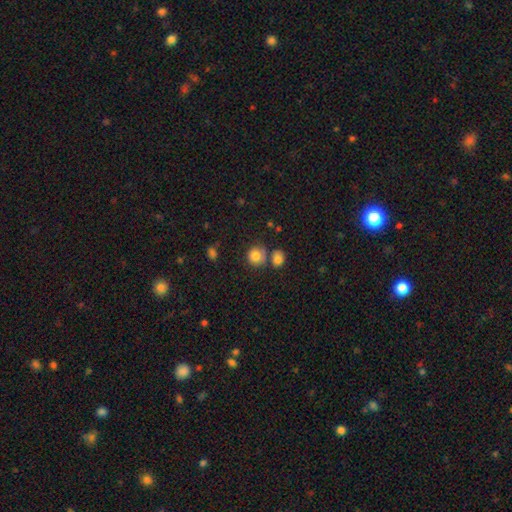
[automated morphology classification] smooth 82%, star or artifact 10%, featured or disk 8%. Down the decision tree: how rounded — round (83%); merging — none (58%).